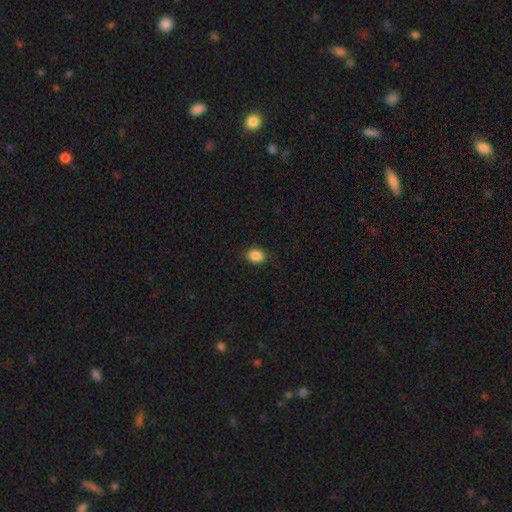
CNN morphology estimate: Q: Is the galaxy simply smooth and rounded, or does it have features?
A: smooth — 86%.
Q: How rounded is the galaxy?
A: in between — 60%.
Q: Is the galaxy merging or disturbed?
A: none — 83%.